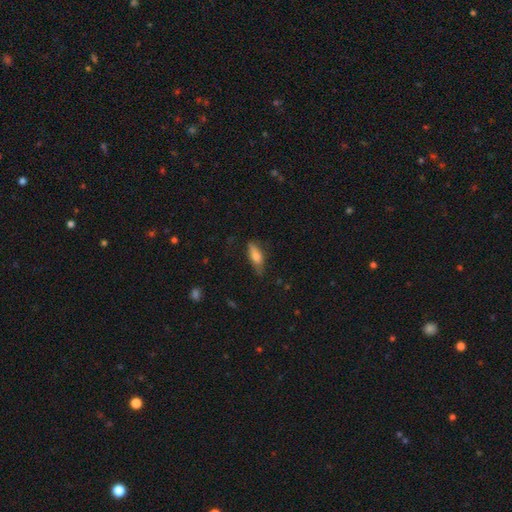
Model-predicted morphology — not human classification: Overall: smooth (73%). How rounded: in between (61%; cigar-shaped 37%). Merging: none (66%).